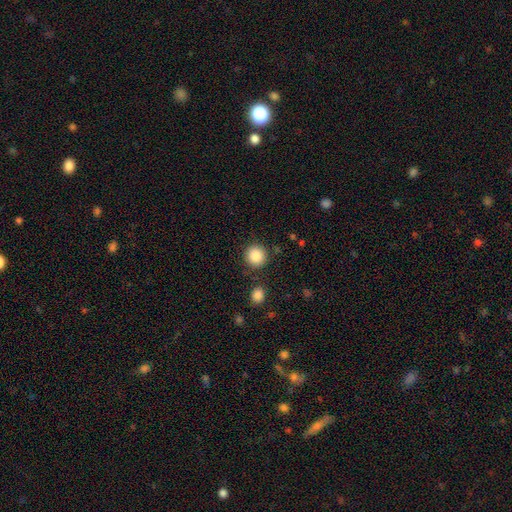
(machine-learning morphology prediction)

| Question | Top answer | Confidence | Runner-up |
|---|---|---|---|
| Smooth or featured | smooth | 87% | star or artifact (9%) |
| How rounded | round | 92% | in between (7%) |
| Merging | none | 86% | minor disturbance (8%) |